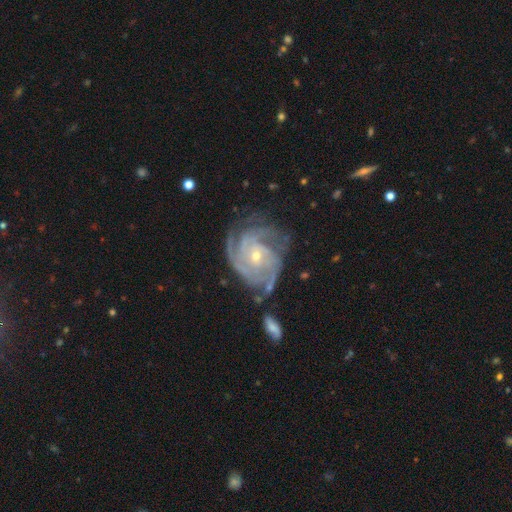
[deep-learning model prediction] smooth-or-featured: featured or disk: 90% | star or artifact: 6% | smooth: 4%
  disk-edge-on: no: 97% | yes: 3%
    bar: no: 68% | weak: 25% | strong: 7%
    has-spiral-arms: yes: 98% | no: 2%
      spiral-winding: tight: 69% | medium: 27% | loose: 4%
      spiral-arm-count: 4: 31% | 3: 30% | can't tell: 16% | 2: 10% | more than 4: 7% | 1: 5%
    bulge-size: small: 69% | moderate: 28% | large: 1% | none: 1% | dominant: 1%
  merging: none: 62% | minor disturbance: 21% | major disturbance: 11% | merger: 5%